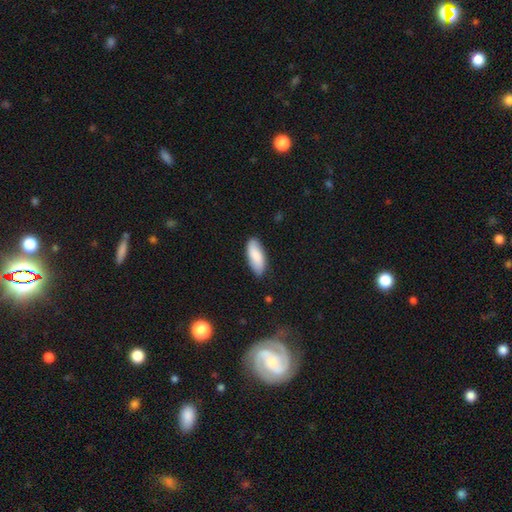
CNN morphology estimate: A smooth galaxy with no disk features (84%) that is in between round and cigar-shaped (79%). Merging: none (83%).